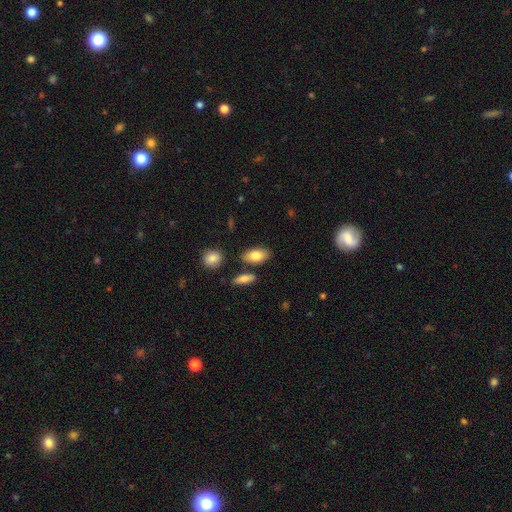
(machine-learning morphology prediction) Overall: smooth (81%). How rounded: in between (91%). Merging: none (79%).